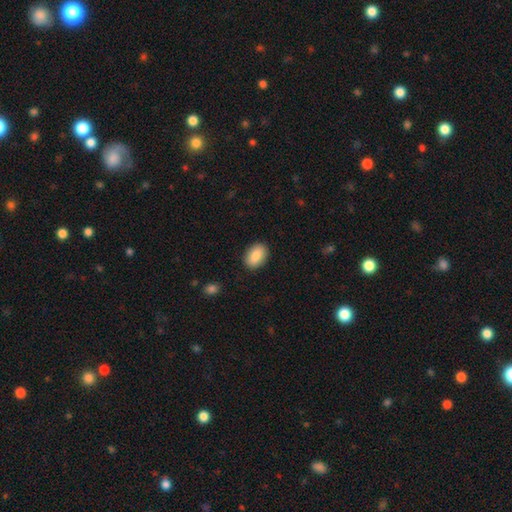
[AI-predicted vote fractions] smooth 88%, star or artifact 6%, featured or disk 6%. Down the decision tree: how rounded — in between (85%); merging — none (88%).